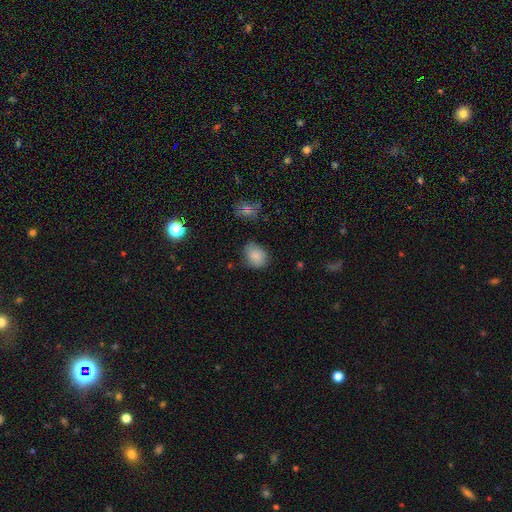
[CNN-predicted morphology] smooth_or_featured: smooth (p=0.84) [alt: star or artifact p=0.09]
how_rounded: in between (p=0.54) [alt: round p=0.45]
merging: none (p=0.69) [alt: minor disturbance p=0.24]